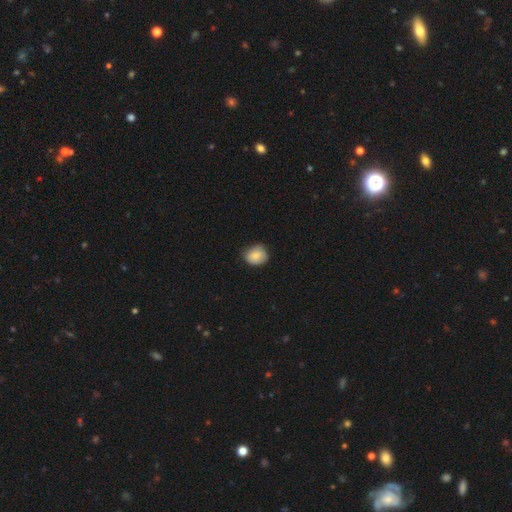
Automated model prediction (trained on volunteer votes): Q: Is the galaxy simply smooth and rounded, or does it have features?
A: smooth — 84%.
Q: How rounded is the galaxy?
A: round — 68%.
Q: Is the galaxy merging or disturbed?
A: none — 69%.